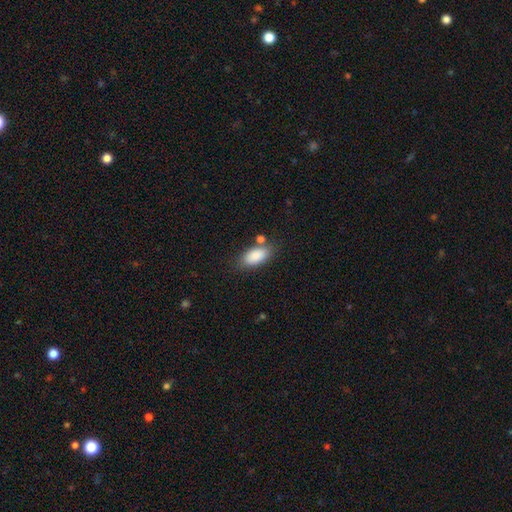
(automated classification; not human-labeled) Overall: smooth (87%). How rounded: in between (90%). Merging: none (71%).